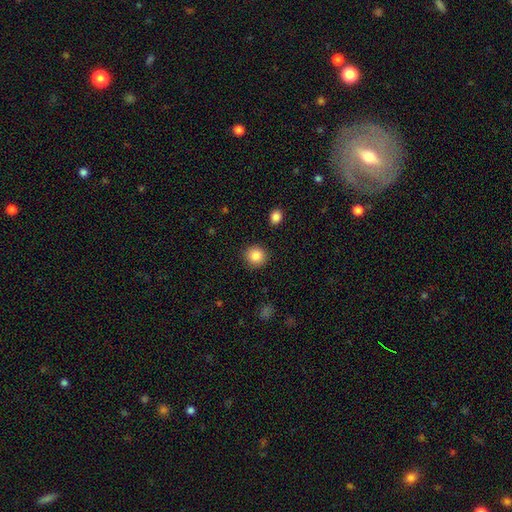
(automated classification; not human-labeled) The model was most divided on "smooth or featured": smooth: 86%, star or artifact: 9%, featured or disk: 5%. More confident: how rounded — round (91%); merging — none (90%).